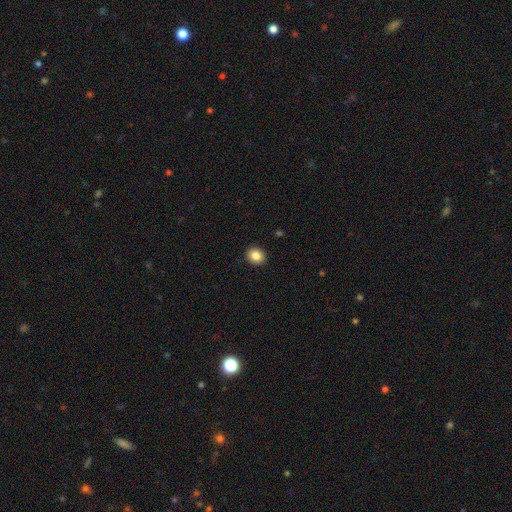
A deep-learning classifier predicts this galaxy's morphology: This is clearly a smooth galaxy (86%). How rounded: likely round (69%). Merging: clearly none (92%).